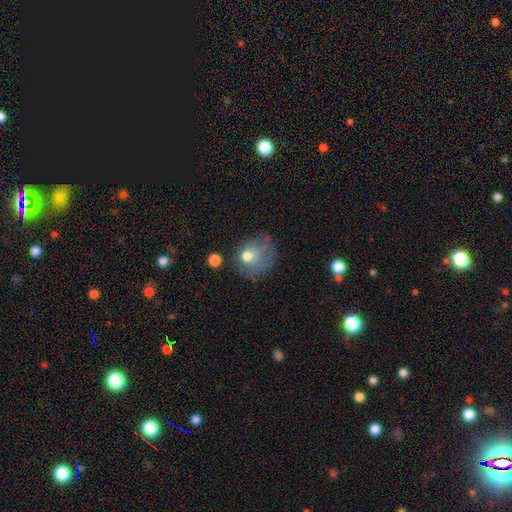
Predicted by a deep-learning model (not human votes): Smooth or featured? Predicted: smooth (p=0.63). How rounded? Predicted: round (p=0.70). Merging? Predicted: none (p=0.46).